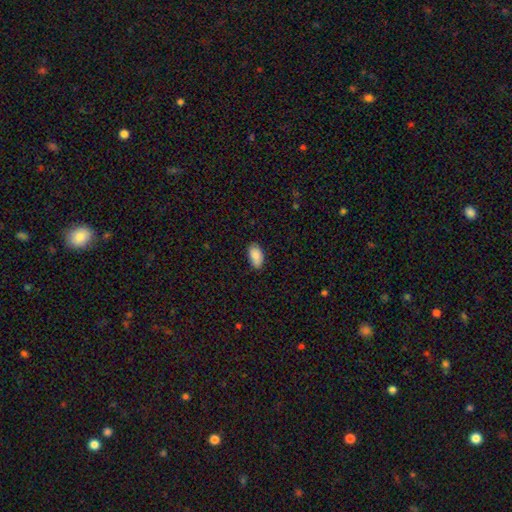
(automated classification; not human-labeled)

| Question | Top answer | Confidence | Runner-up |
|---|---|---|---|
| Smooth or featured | smooth | 90% | star or artifact (7%) |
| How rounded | in between | 94% | round (3%) |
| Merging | none | 83% | minor disturbance (13%) |